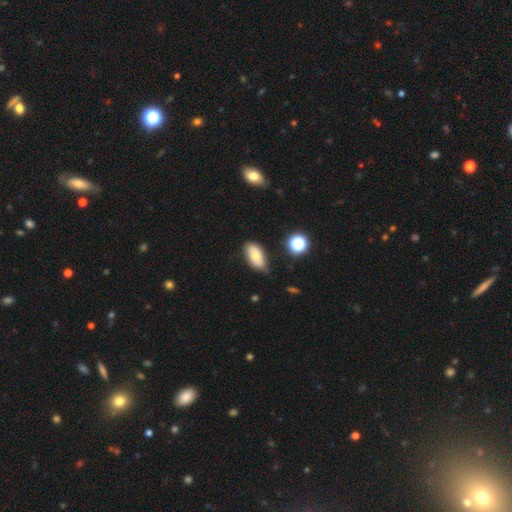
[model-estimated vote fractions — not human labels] Overall: smooth (67%). How rounded: in between (91%). Merging: none (69%).